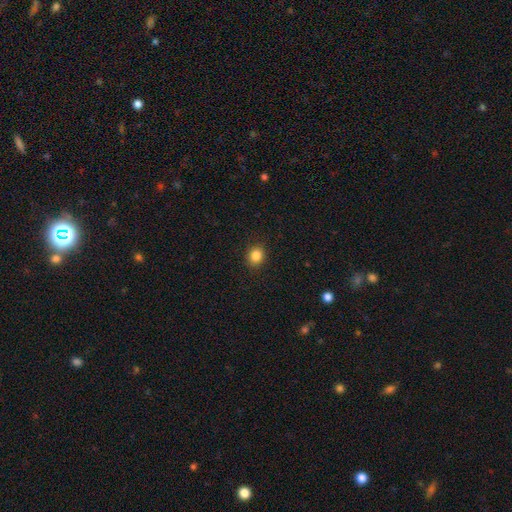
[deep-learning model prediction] smooth 85%, star or artifact 10%, featured or disk 4%. Down the decision tree: how rounded — round (72%); merging — none (90%).